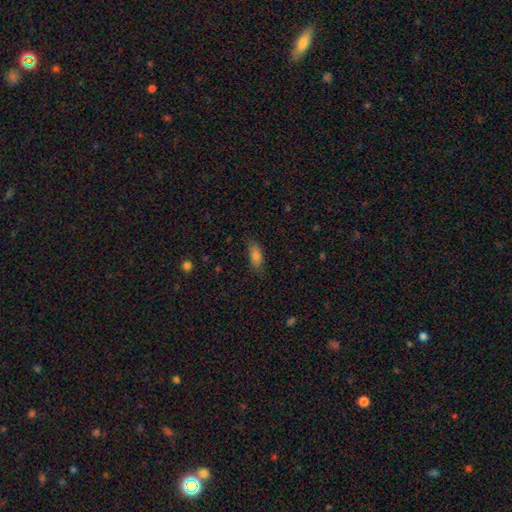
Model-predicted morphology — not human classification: smooth-or-featured: smooth: 79% | featured or disk: 11% | star or artifact: 10%
  how-rounded: in between: 74% | cigar-shaped: 22% | round: 3%
  merging: none: 80% | minor disturbance: 15% | major disturbance: 3% | merger: 1%